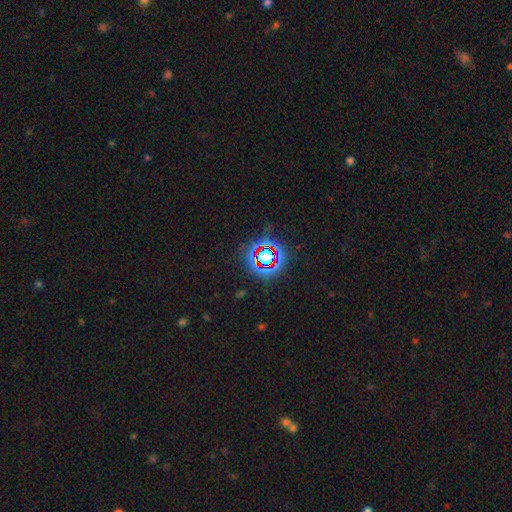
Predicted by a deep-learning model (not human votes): This is likely a star or artifact rather than a galaxy (78%).